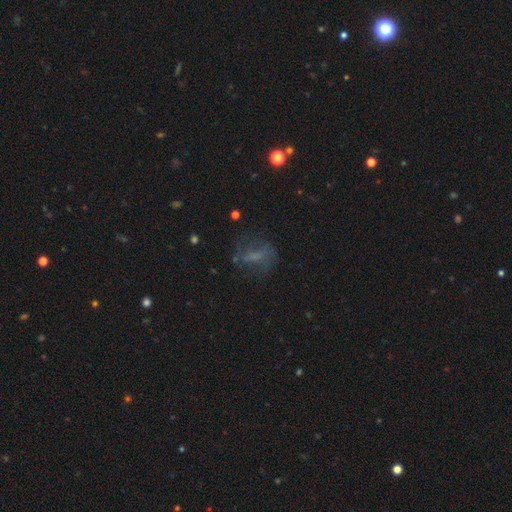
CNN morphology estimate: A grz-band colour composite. It shows a smooth galaxy with no disk features (41%). Merging: none (55%).